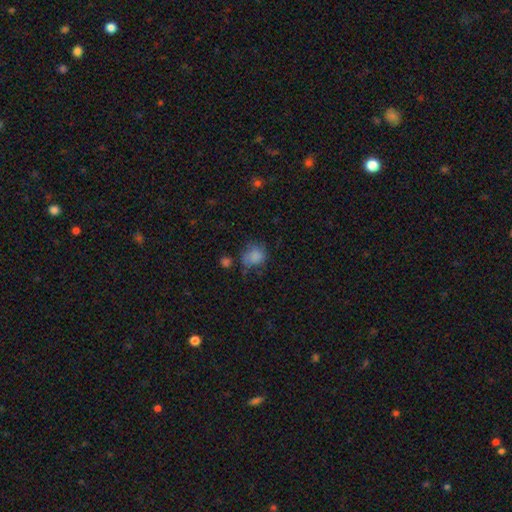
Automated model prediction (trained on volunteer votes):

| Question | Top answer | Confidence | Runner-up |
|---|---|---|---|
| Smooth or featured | smooth | 77% | star or artifact (12%) |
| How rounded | round | 64% | in between (35%) |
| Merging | none | 48% | minor disturbance (30%) |